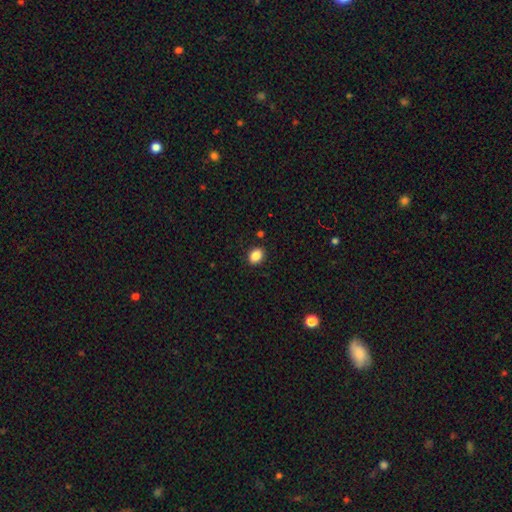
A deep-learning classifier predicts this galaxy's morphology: Smooth or featured? Predicted: smooth (p=0.86). How rounded? Predicted: in between (p=0.67). Merging? Predicted: none (p=0.89).